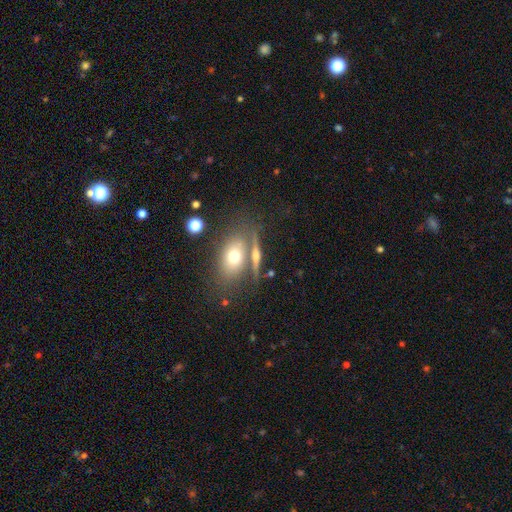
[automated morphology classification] A smooth galaxy with no disk features (46%). Merging: none (61%).